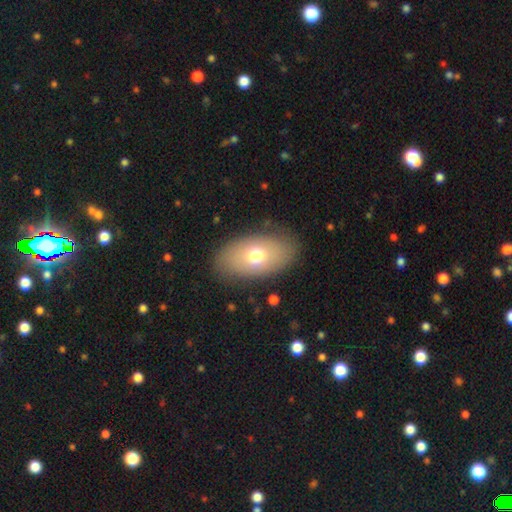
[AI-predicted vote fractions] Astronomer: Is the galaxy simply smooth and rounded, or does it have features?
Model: smooth — 67%.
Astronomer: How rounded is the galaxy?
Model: in between — 91%.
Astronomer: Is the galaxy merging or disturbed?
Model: none — 82%.